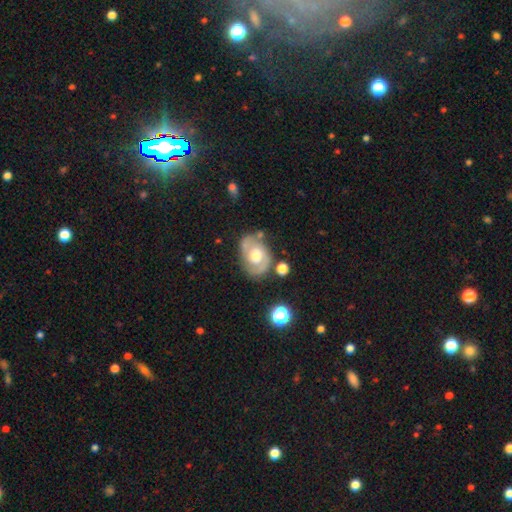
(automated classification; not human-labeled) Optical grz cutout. It shows a featured or disk galaxy (77%) with no bar (64%), 2 (82%) medium (45%) spiral arms (85%) and a moderate central bulge (68%). Merging: none (70%).